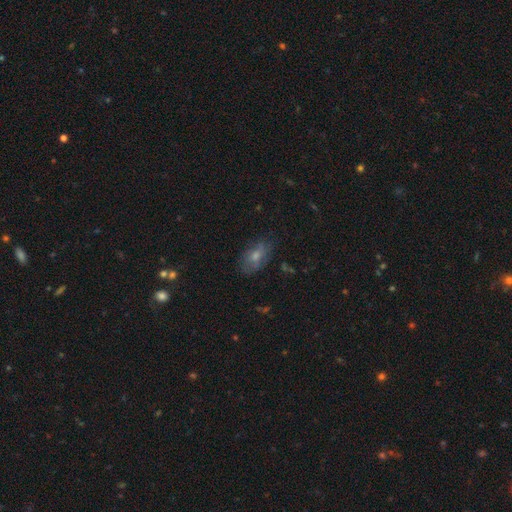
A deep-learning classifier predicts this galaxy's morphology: The model was most divided on "smooth or featured": smooth: 47%, featured or disk: 34%, star or artifact: 19%. More confident: merging — none (74%).